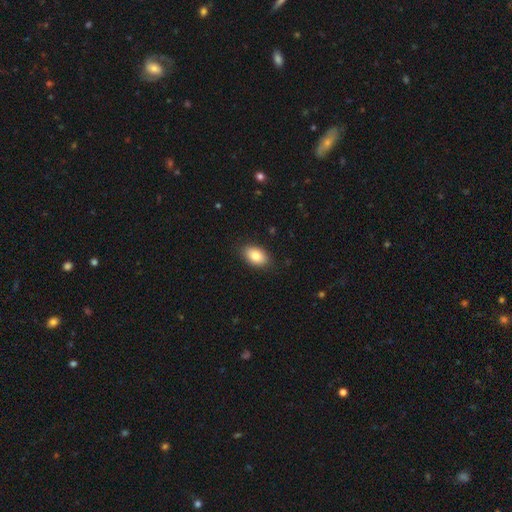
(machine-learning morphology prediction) The model was most divided on "smooth or featured": smooth: 82%, featured or disk: 10%, star or artifact: 7%. More confident: how rounded — in between (88%); merging — none (87%).